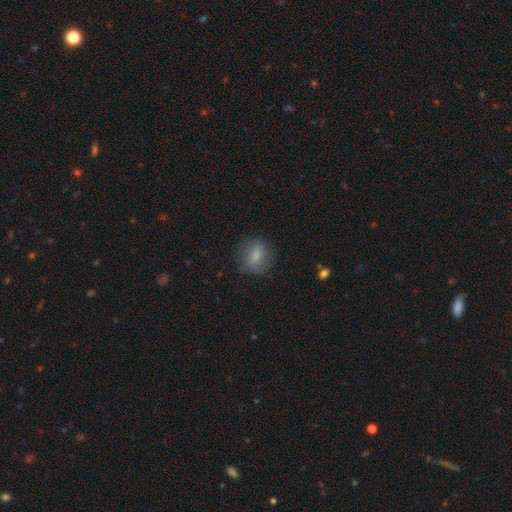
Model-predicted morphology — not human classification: Overall: smooth (75%). How rounded: round (48%, tied with in between). Merging: none (79%).